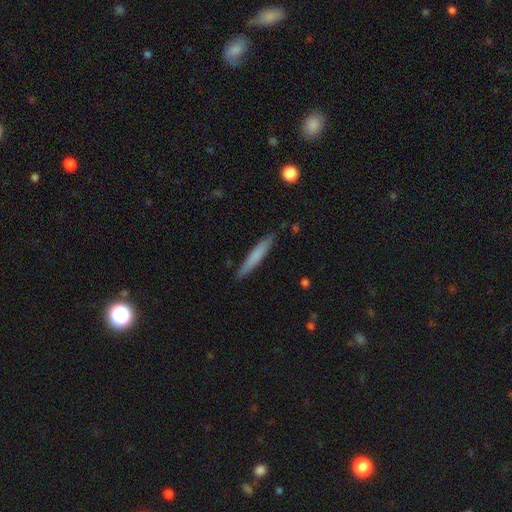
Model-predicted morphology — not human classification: Smooth or featured? smooth (70%)
How rounded? cigar-shaped (95%)
Merging? none (89%)